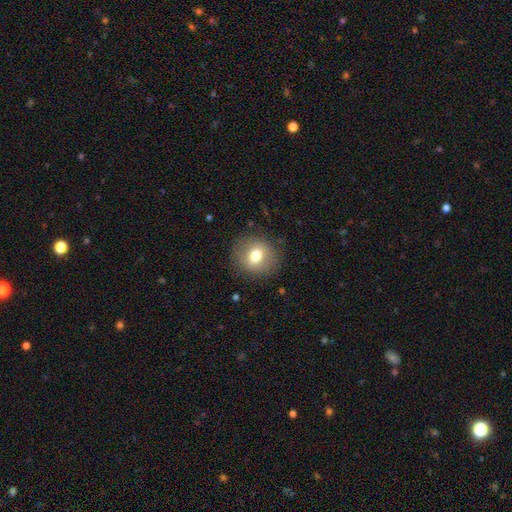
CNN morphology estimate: smooth 70%, featured or disk 20%, star or artifact 10%. Down the decision tree: how rounded — round (79%); merging — none (85%).